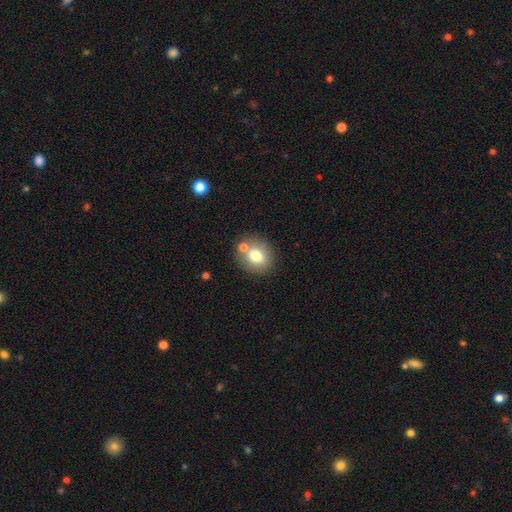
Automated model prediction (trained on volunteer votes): A smooth galaxy with no disk features (73%) that is round (68%).

Vote fractions:
- Smooth or featured? smooth: 73% / featured or disk: 17% / star or artifact: 10%
- How rounded? round: 68% / in between: 31% / cigar-shaped: 1%
- Merging? none: 66% / merger: 19% / minor disturbance: 11% / major disturbance: 4%